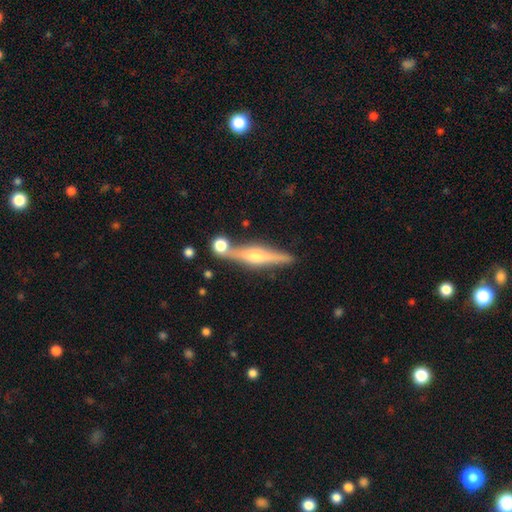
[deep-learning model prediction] The model was most divided on "smooth or featured": featured or disk: 72%, smooth: 22%, star or artifact: 7%. More confident: edge-on disk — yes (96%); edge-on bulge — rounded (91%); merging — none (75%).